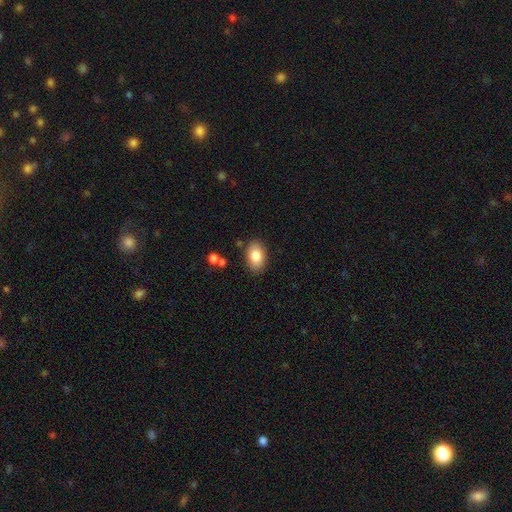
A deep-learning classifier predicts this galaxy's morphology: smooth_or_featured: smooth (p=0.84) [alt: featured or disk p=0.09]
how_rounded: in between (p=0.90) [alt: round p=0.08]
merging: none (p=0.85) [alt: minor disturbance p=0.10]